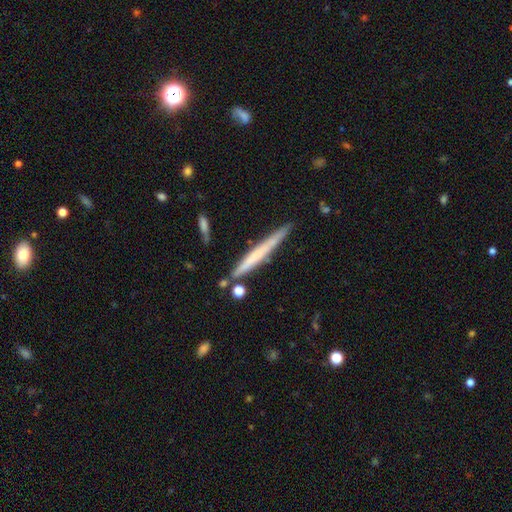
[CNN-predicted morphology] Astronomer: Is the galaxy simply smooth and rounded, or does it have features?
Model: smooth — 48% (runner-up: featured or disk, 46%).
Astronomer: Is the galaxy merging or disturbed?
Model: none — 80%.